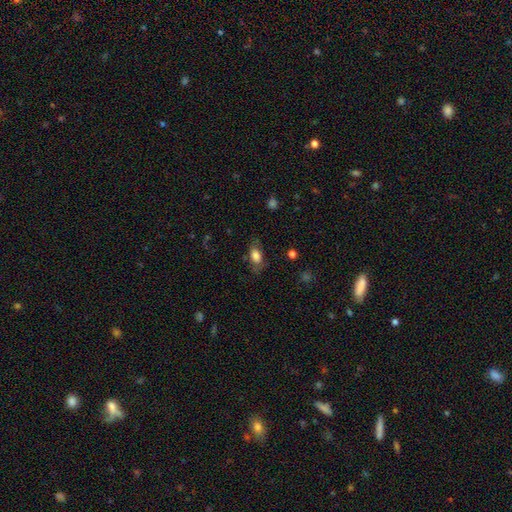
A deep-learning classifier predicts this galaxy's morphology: This appears to be a smooth galaxy with no disk features (75%) that is in between round and cigar-shaped (87%). Merging: none (68%).